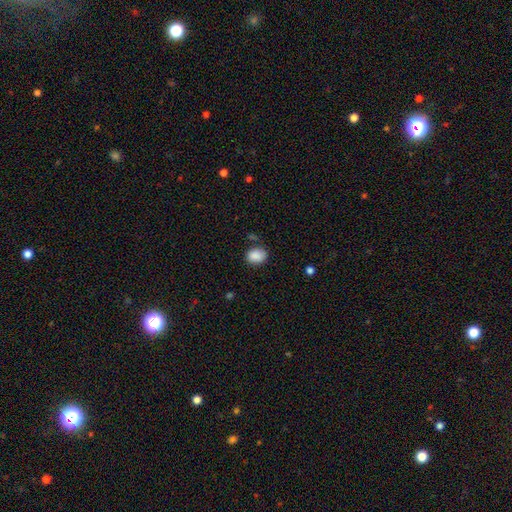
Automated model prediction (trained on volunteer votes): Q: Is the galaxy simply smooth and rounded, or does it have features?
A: smooth — 88%.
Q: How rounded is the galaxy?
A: in between — 60%.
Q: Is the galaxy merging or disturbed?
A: none — 77%.